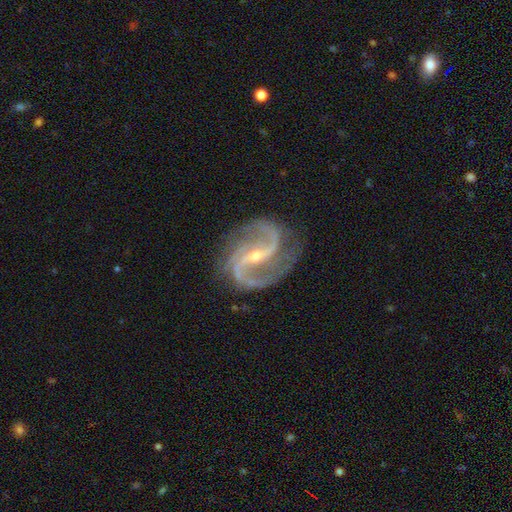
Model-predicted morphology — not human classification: Smooth or featured? featured or disk (93%)
Edge-on disk? no (98%)
Bar? strong (41%)
Spiral arms? yes (98%)
Spiral winding? medium (51%)
Spiral arm count? 2 (89%)
Bulge size? small (70%)
Merging? none (76%)